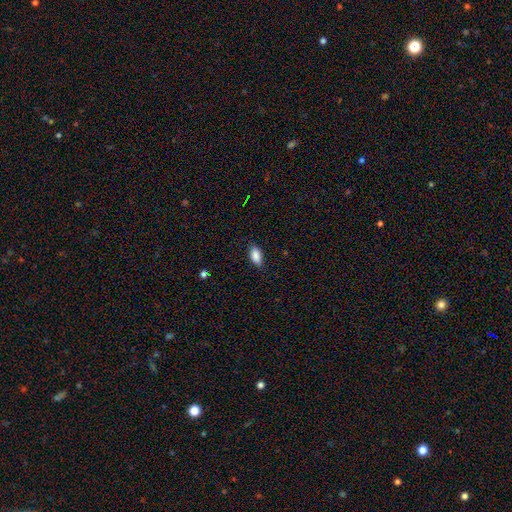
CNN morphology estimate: A smooth galaxy with no disk features (88%) that is in between round and cigar-shaped (89%).

Vote fractions:
- Smooth or featured? smooth: 88% / star or artifact: 7% / featured or disk: 5%
- How rounded? in between: 89% / cigar-shaped: 7% / round: 4%
- Merging? none: 84% / minor disturbance: 13% / major disturbance: 2% / merger: 1%